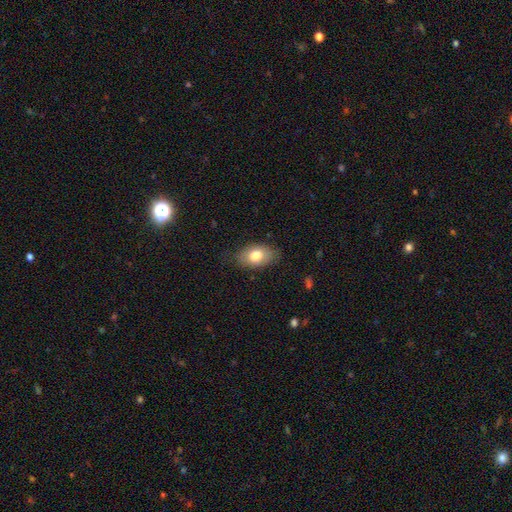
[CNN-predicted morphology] type=smooth (77%); roundness=in between (89%); merging=none (78%).